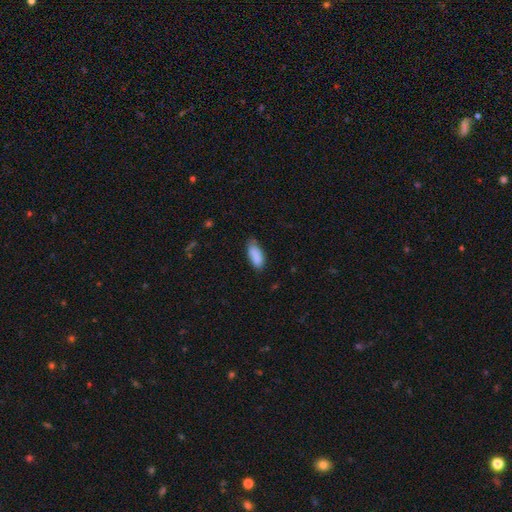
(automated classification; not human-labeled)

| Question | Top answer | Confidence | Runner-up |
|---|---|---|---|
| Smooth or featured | smooth | 88% | star or artifact (7%) |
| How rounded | in between | 83% | cigar-shaped (15%) |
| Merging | none | 67% | minor disturbance (26%) |